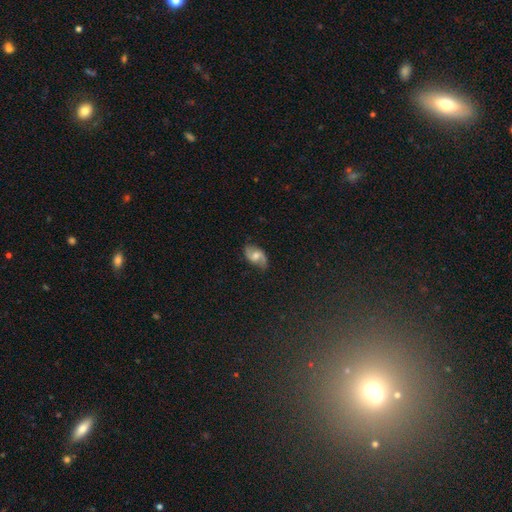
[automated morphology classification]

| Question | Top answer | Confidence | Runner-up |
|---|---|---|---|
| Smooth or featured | featured or disk | 65% | smooth (26%) |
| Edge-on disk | no | 96% | yes (4%) |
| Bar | weak | 45% | tied: no (45%) |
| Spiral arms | yes | 90% | no (10%) |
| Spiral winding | loose | 53% | medium (35%) |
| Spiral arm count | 2 | 90% | can't tell (5%) |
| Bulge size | moderate | 63% | small (24%) |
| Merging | none | 79% | minor disturbance (15%) |